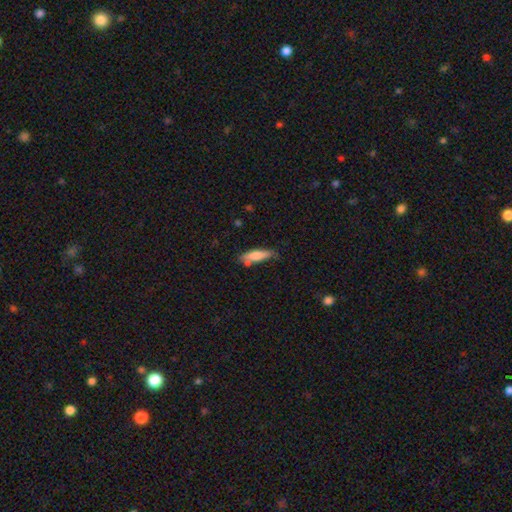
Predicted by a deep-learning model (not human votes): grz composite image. It shows a smooth galaxy with no disk features (72%) that is cigar-shaped (66%). Merging: none (68%).